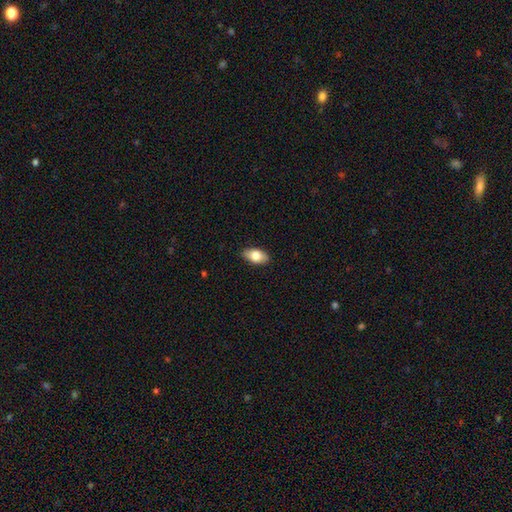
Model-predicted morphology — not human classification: Overall: smooth (78%). How rounded: in between (91%). Merging: none (88%).